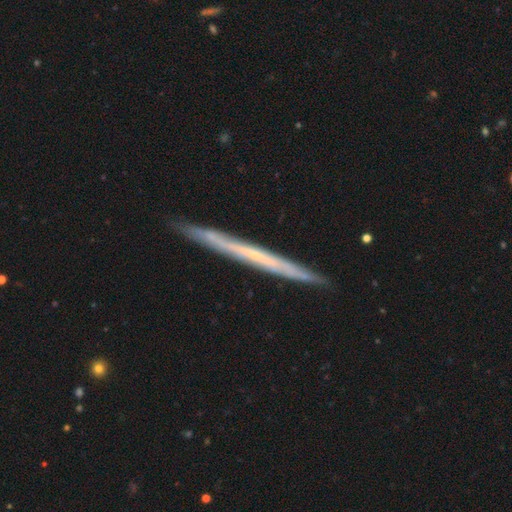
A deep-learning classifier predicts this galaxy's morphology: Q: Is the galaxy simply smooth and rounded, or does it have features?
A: featured or disk — 64%.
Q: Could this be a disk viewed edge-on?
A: yes — 96%.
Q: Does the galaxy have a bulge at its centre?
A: none — 88%.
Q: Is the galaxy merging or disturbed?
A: none — 90%.